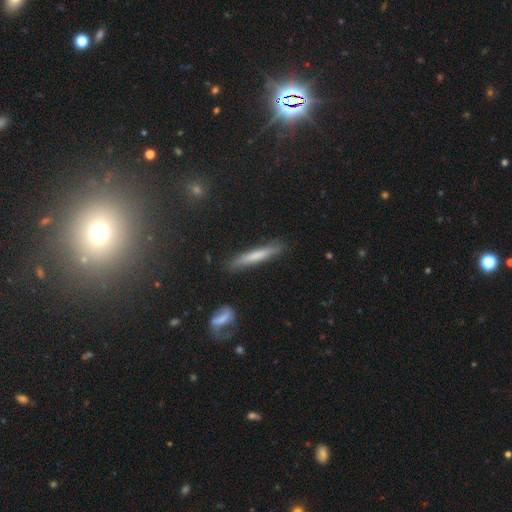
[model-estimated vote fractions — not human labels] Smooth or featured: smooth — 63% (featured or disk — 30%)
How rounded: cigar-shaped — 95% (in between — 4%)
Merging: none — 85% (minor disturbance — 11%)